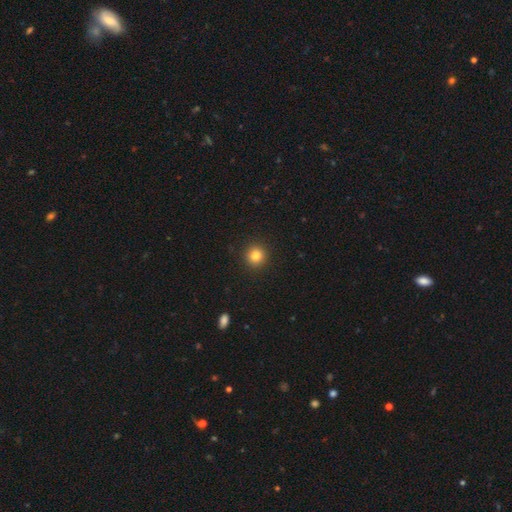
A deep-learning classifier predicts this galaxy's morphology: Overall: smooth (82%). How rounded: round (93%). Merging: none (93%).